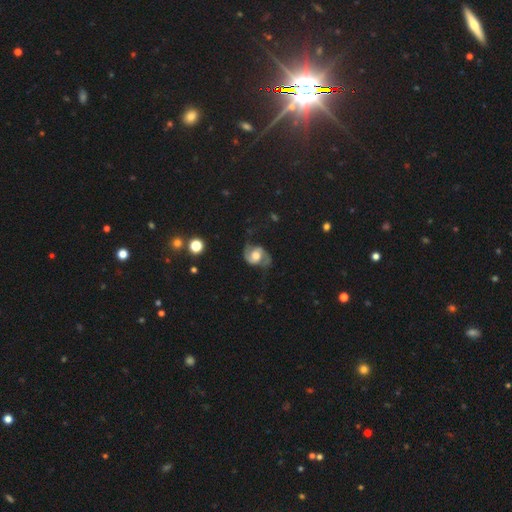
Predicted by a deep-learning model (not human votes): A featured or disk galaxy (81%) with no bar (54%), 2 (92%) medium (49%) spiral arms (93%) and a moderate central bulge (58%). Merging: none (69%).